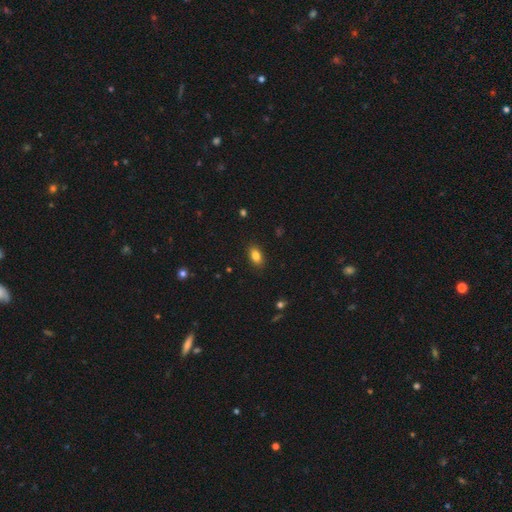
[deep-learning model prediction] Morphology: type=smooth (84%); roundness=in between (88%); merging=none (87%).